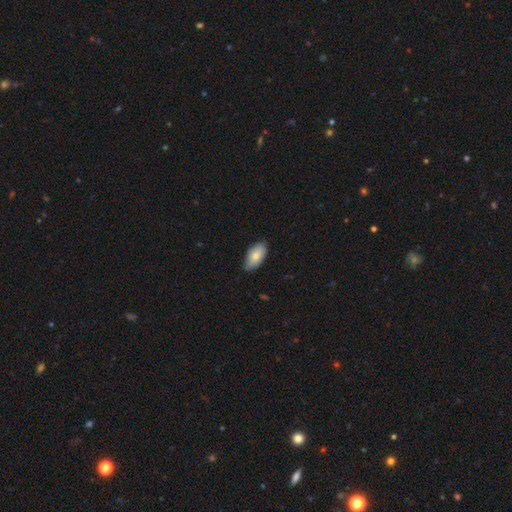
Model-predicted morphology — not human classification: smooth 77%, featured or disk 17%, star or artifact 6%. Down the decision tree: how rounded — in between (94%); merging — none (78%).